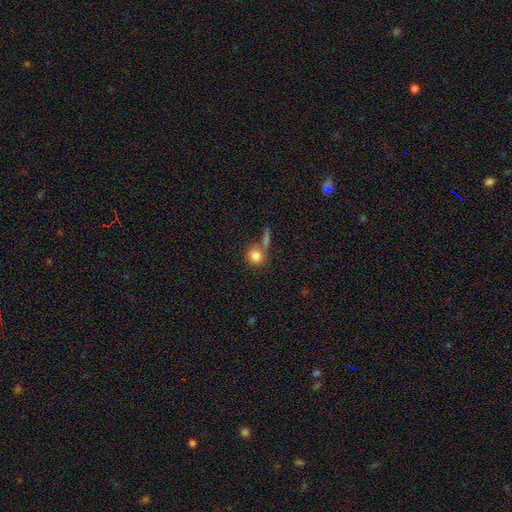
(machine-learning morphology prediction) Overall: smooth (82%). How rounded: round (86%). Merging: none (56%; merger 26%).